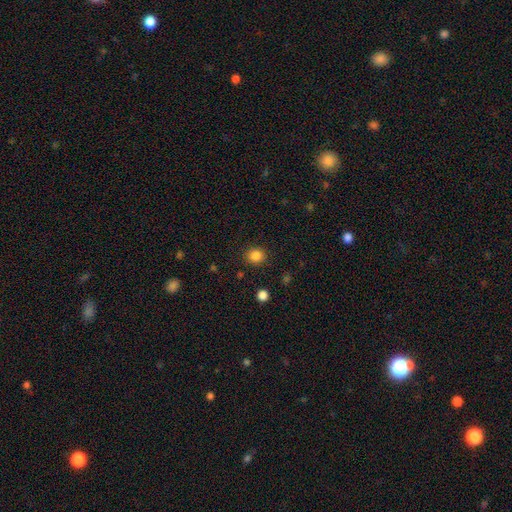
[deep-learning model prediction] smooth_or_featured: smooth (p=0.85) [alt: star or artifact p=0.11]
how_rounded: round (p=0.84) [alt: in between p=0.16]
merging: none (p=0.89) [alt: minor disturbance p=0.07]